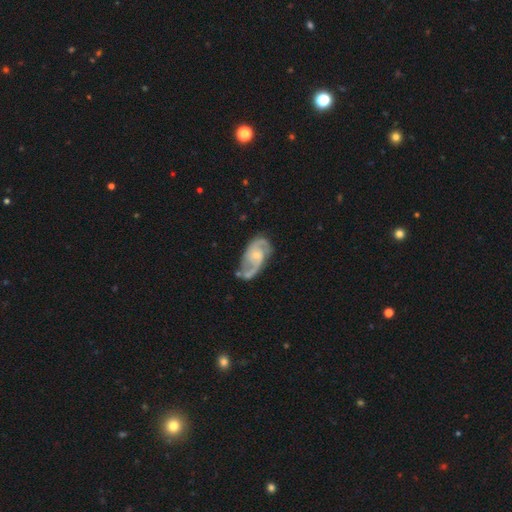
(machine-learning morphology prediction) Smooth or featured? featured or disk (84%)
Edge-on disk? no (97%)
Bar? no (53%)
Spiral arms? yes (96%)
Spiral winding? medium (53%)
Spiral arm count? 2 (86%)
Bulge size? small (48%)
Merging? none (59%)